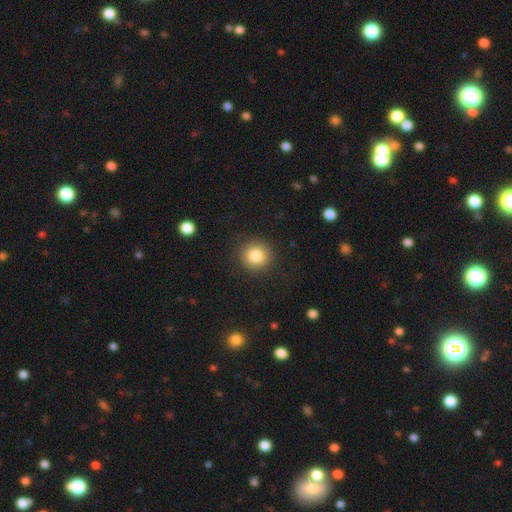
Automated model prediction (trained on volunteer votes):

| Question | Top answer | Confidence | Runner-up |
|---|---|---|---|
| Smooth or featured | smooth | 84% | star or artifact (10%) |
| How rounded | round | 92% | in between (7%) |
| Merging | none | 90% | minor disturbance (7%) |